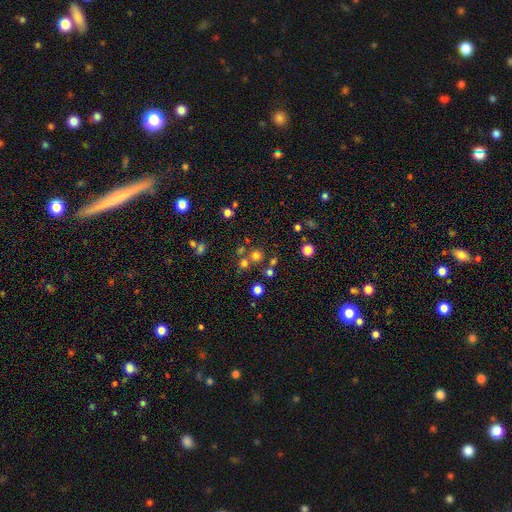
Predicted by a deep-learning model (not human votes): This appears to be a smooth galaxy with no disk features (66%) that is round (91%). Merging: none (70%).